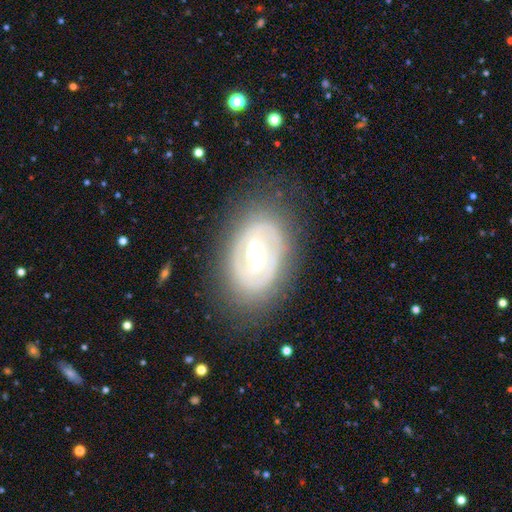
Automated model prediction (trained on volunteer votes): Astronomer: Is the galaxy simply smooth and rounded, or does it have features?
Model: featured or disk — 83%.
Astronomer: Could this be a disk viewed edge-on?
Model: no — 95%.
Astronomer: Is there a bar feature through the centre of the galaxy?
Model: strong — 46% (runner-up: weak, 40%).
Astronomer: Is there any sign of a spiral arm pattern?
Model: yes — 85%.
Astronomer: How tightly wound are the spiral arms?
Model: tight — 59%.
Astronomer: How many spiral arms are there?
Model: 2 — 59%.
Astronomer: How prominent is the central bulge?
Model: small — 59% (runner-up: moderate, 37%).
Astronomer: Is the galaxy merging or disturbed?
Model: none — 78%.